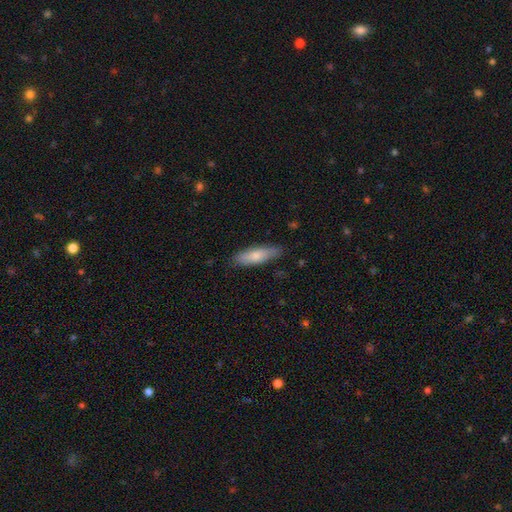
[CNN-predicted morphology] The model was most divided on "how rounded": cigar-shaped: 57%, in between: 41%, round: 2%. More confident: merging — none (81%); smooth or featured — smooth (76%).